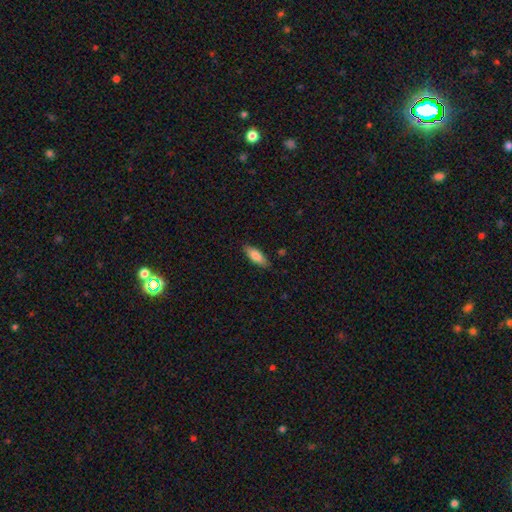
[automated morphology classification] smooth 79%, featured or disk 15%, star or artifact 6%. Down the decision tree: how rounded — in between (63%); merging — none (84%).